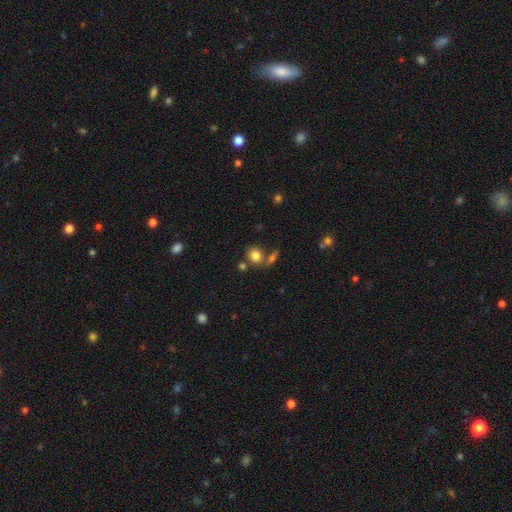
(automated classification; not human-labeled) The model was most divided on "how rounded": round: 63%, in between: 35%, cigar-shaped: 2%. More confident: smooth or featured — smooth (81%); merging — none (61%).